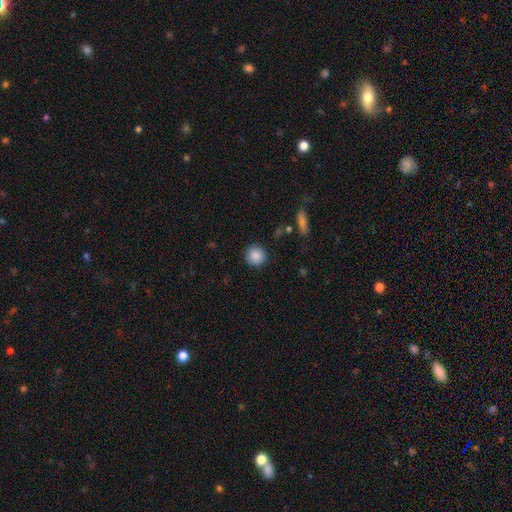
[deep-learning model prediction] Morphology: type=smooth (88%); roundness=round (93%); merging=none (90%).